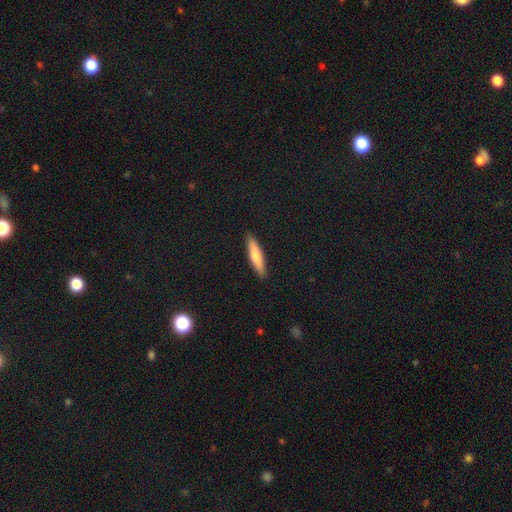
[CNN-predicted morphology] A smooth galaxy with no disk features (71%) that is cigar-shaped (83%). Merging: none (91%).